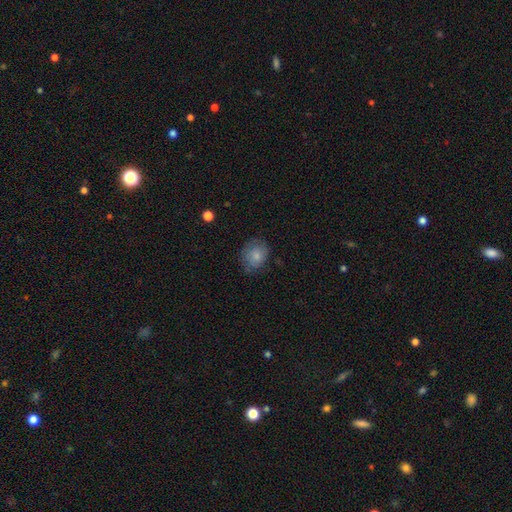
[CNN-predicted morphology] Q: Smooth or featured?
A: smooth (78%); runner-up: featured or disk (15%)
Q: How rounded?
A: round (58%); runner-up: in between (41%)
Q: Merging?
A: none (68%); runner-up: minor disturbance (24%)